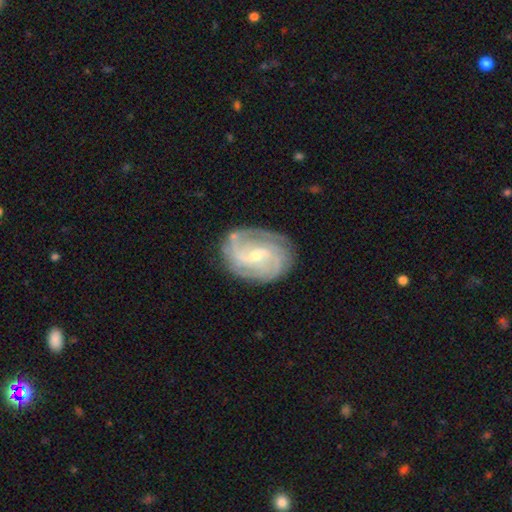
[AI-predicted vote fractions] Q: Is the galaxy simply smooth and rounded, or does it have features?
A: featured or disk — 88%.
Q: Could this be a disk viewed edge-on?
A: no — 97%.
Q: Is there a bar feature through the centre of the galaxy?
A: weak — 51%.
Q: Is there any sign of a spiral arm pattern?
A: yes — 97%.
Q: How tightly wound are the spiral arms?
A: tight — 55%.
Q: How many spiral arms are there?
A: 2 — 27%.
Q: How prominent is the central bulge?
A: small — 66%.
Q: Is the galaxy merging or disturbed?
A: none — 78%.